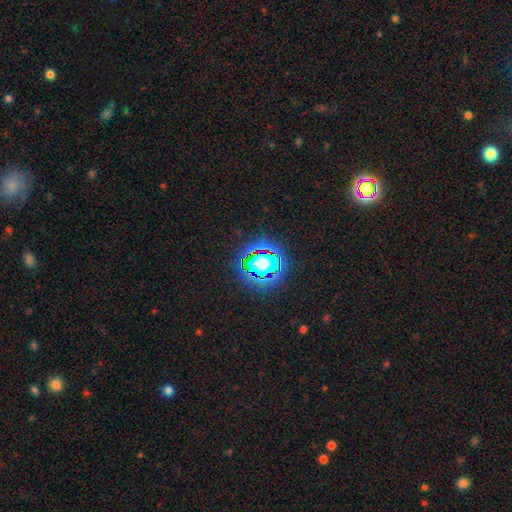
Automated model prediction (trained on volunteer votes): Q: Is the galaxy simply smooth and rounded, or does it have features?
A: star or artifact — 57%.